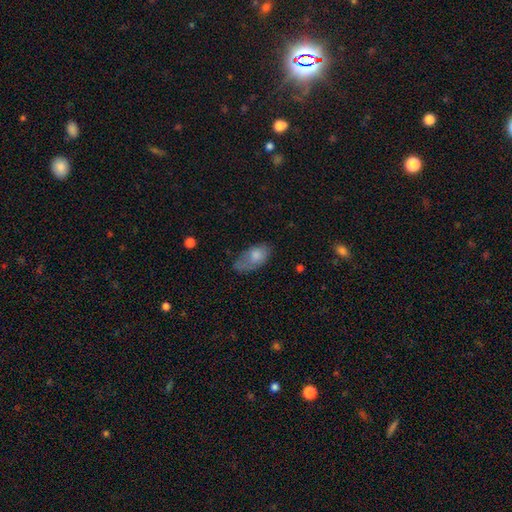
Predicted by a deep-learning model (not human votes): smooth_or_featured: smooth (p=0.75) [alt: featured or disk p=0.17]
how_rounded: in between (p=0.92) [alt: round p=0.04]
merging: none (p=0.45) [alt: minor disturbance p=0.34]